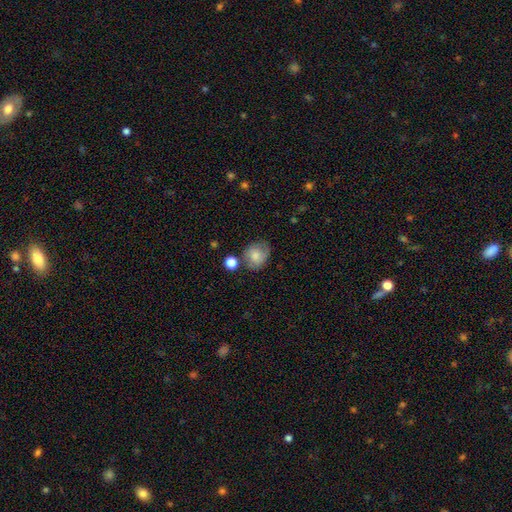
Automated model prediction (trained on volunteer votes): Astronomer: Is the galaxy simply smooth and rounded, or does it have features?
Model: smooth — 68%.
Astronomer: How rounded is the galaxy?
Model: round — 60% (runner-up: in between, 39%).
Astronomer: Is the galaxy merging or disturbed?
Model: none — 58%.